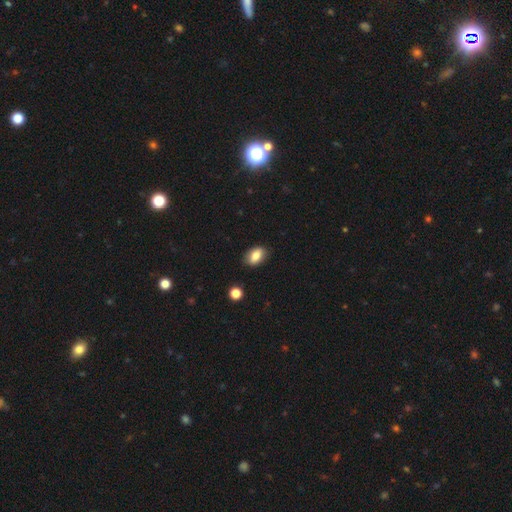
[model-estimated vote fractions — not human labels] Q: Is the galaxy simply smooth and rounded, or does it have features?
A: smooth — 82%.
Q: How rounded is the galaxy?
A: in between — 88%.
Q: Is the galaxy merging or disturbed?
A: none — 86%.